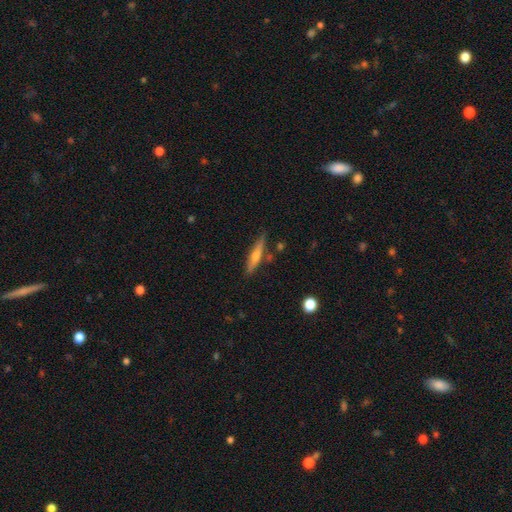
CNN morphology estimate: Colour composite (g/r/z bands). It shows a featured or disk galaxy (56%) viewed edge-on (95%) with a rounded central bulge (83%). Merging: none (82%).